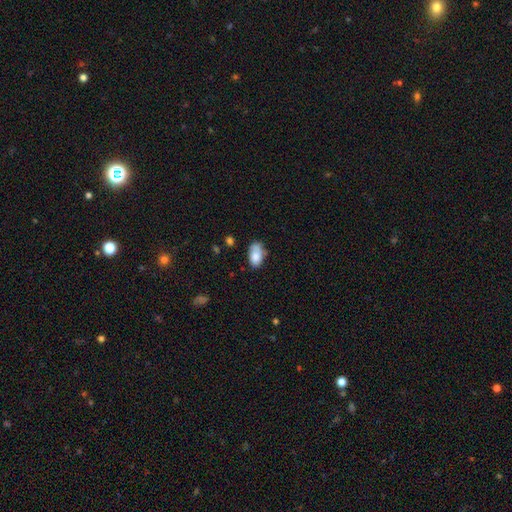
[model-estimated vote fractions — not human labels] Smooth or featured? smooth (81%)
How rounded? in between (93%)
Merging? none (54%)